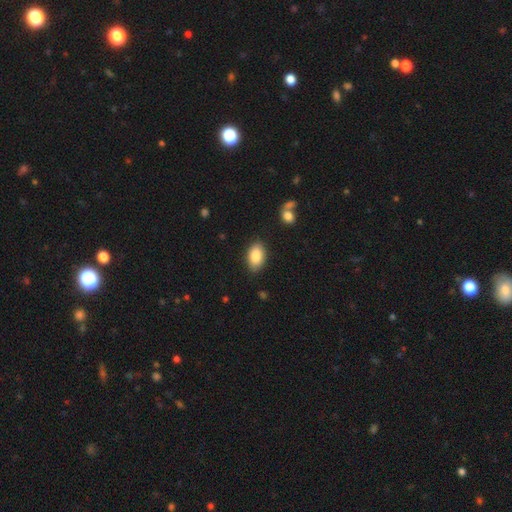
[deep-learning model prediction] smooth_or_featured: smooth (p=0.87) [alt: star or artifact p=0.07]
how_rounded: in between (p=0.92) [alt: round p=0.06]
merging: none (p=0.86) [alt: minor disturbance p=0.10]